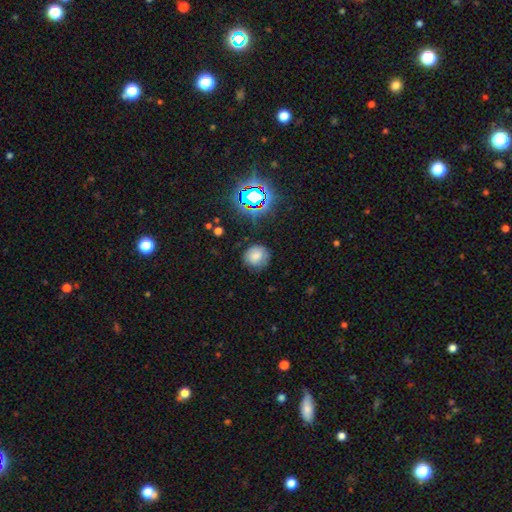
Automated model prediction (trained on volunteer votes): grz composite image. It shows a smooth galaxy with no disk features (72%) that is round (85%). Merging: none (77%).